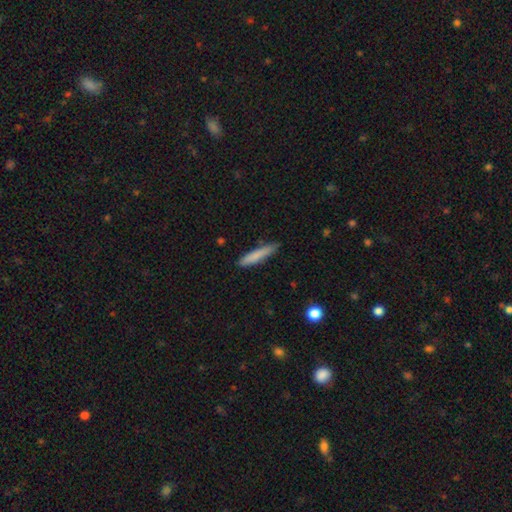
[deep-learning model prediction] Smooth or featured: smooth — 80% (featured or disk — 14%)
How rounded: cigar-shaped — 90% (in between — 8%)
Merging: none — 83% (minor disturbance — 13%)